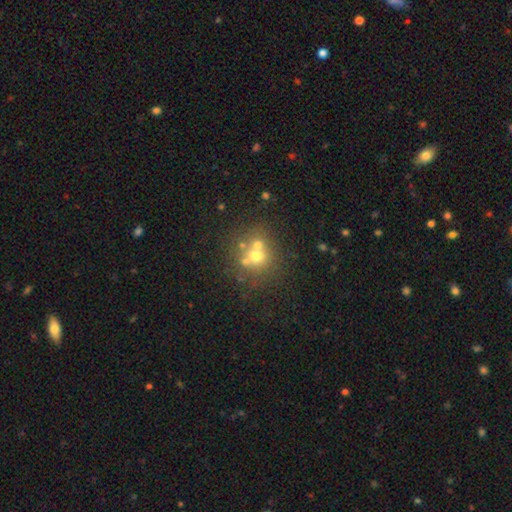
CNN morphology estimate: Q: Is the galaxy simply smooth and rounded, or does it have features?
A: smooth — 57%.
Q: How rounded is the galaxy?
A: round — 84%.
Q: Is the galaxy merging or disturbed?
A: none — 50%.